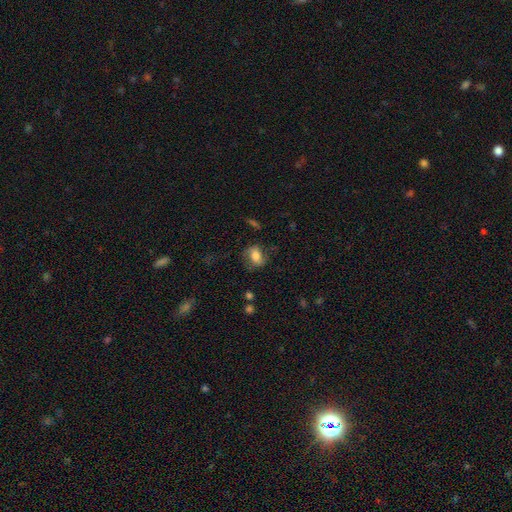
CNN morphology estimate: Smooth or featured: smooth — 66% (featured or disk — 25%)
How rounded: in between — 68% (round — 30%)
Merging: none — 63% (minor disturbance — 23%)